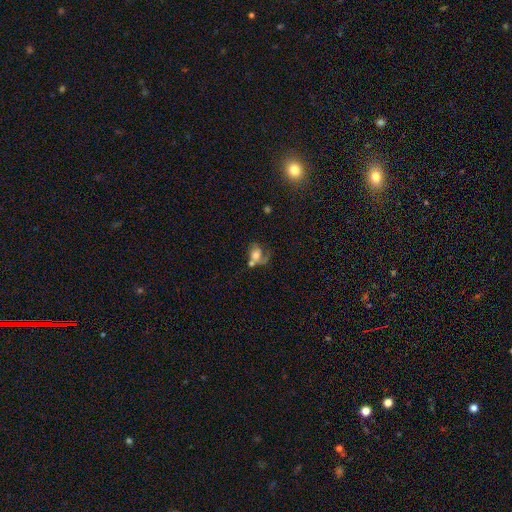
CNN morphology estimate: featured or disk 53%, smooth 37%, star or artifact 11%. Down the decision tree: edge-on disk — no (97%); bar — no (74%); spiral arms — yes (76%); bulge size — moderate (41%); merging — merger (30%).